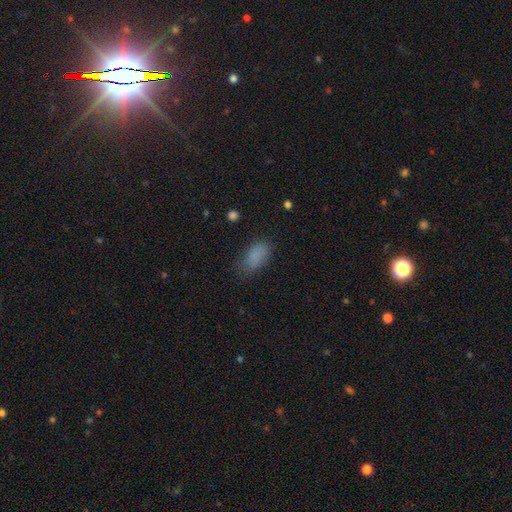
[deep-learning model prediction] The model was most divided on "merging": none: 70%, minor disturbance: 21%, major disturbance: 7%, merger: 2%. More confident: how rounded — in between (91%); smooth or featured — smooth (84%).